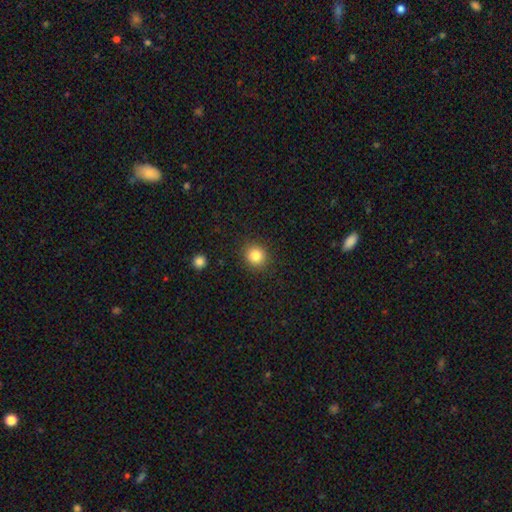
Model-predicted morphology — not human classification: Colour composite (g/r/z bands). It shows a smooth galaxy with no disk features (83%) that is round (87%). Merging: none (89%).